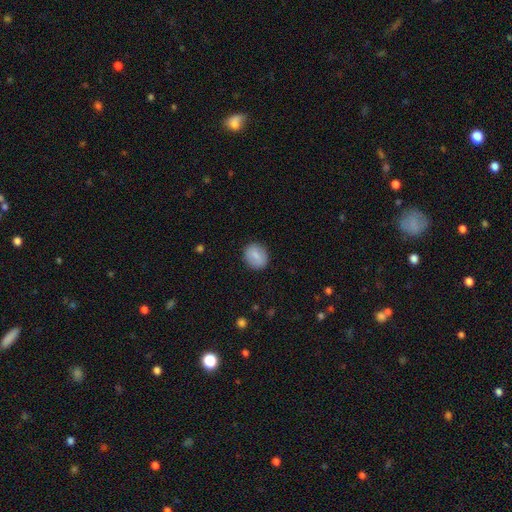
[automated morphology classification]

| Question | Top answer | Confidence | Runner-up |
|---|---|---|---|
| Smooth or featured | smooth | 80% | featured or disk (13%) |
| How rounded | round | 69% | in between (30%) |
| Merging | none | 88% | minor disturbance (9%) |